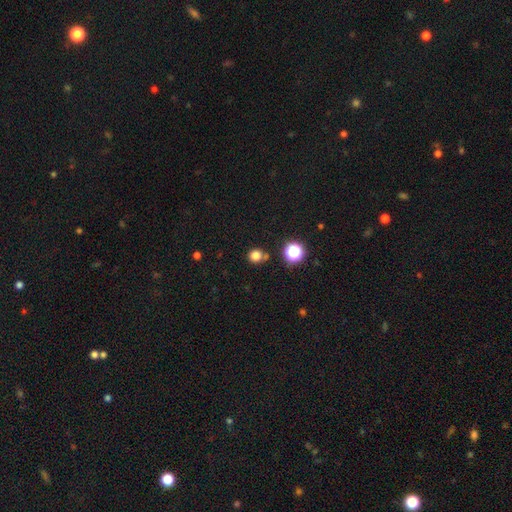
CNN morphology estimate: Overall: smooth (78%). How rounded: round (89%). Merging: none (77%).